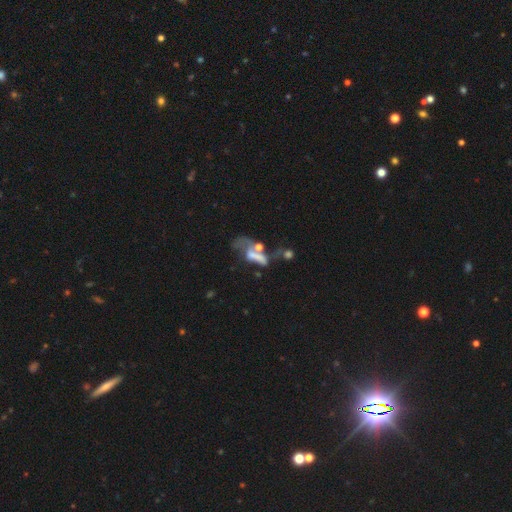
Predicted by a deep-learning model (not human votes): This appears to be a featured or disk galaxy (46%). Merging: merger (39%).